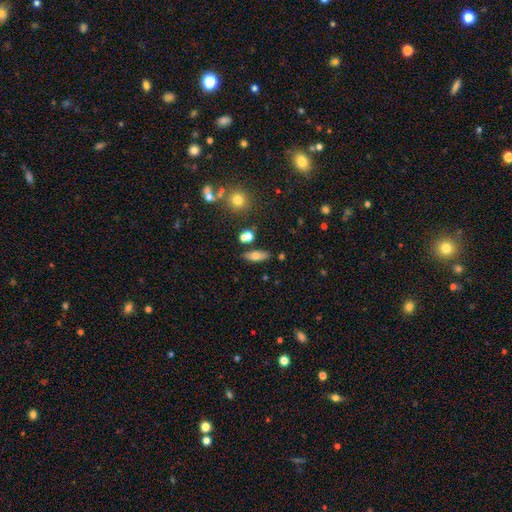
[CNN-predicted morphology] Smooth or featured? smooth (63%)
How rounded? in between (71%)
Merging? none (77%)